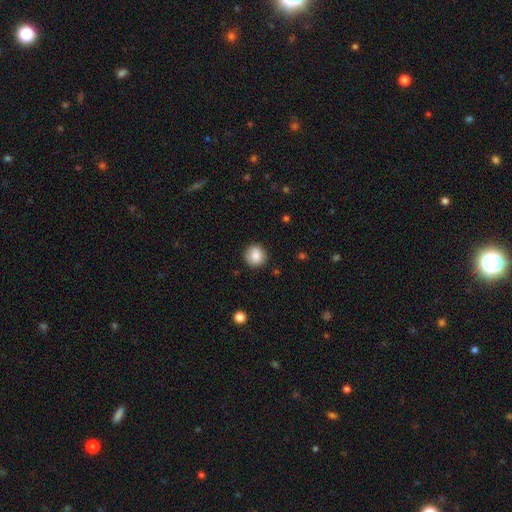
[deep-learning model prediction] smooth 86%, star or artifact 9%, featured or disk 5%. Down the decision tree: how rounded — round (90%); merging — none (88%).